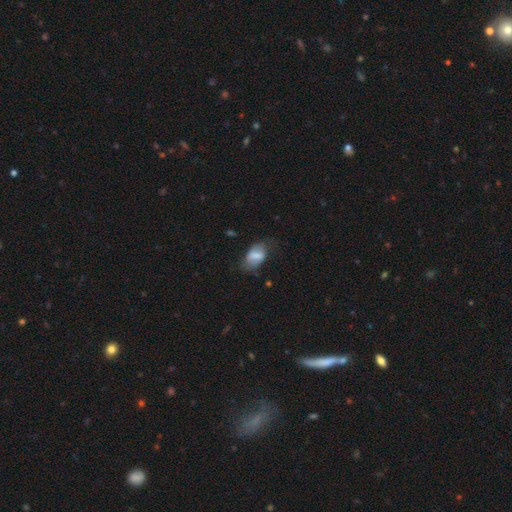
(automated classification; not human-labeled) Smooth or featured?
  - smooth: 65% *
  - featured or disk: 28%
  - star or artifact: 7%
How rounded?
  - in between: 89% *
  - round: 8%
  - cigar-shaped: 3%
Merging?
  - none: 57% *
  - minor disturbance: 28%
  - major disturbance: 12%
  - merger: 2%